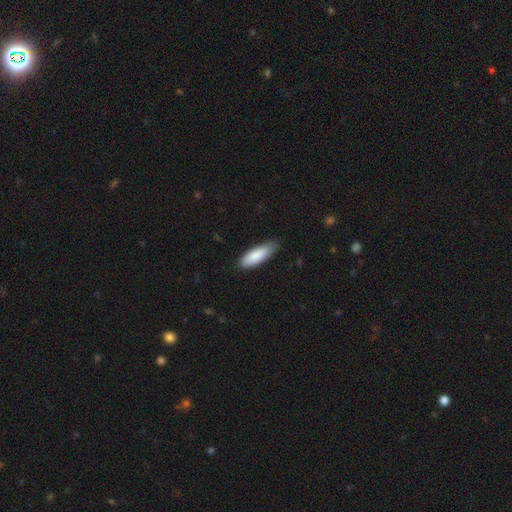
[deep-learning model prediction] The model was most divided on "how rounded": in between: 62%, cigar-shaped: 37%, round: 1%. More confident: smooth or featured — smooth (87%); merging — none (77%).